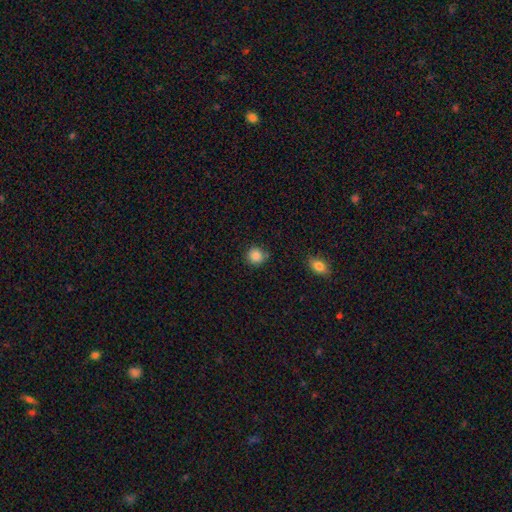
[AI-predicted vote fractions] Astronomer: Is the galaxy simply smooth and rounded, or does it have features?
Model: smooth — 86%.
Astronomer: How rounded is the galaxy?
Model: round — 91%.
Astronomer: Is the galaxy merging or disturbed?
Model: none — 83%.